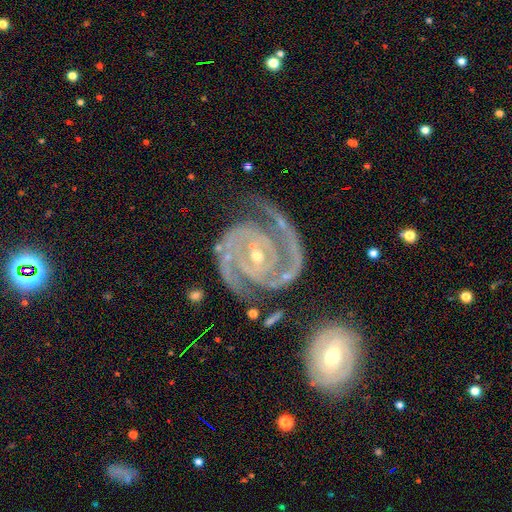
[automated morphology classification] Q: Smooth or featured?
A: featured or disk (94%); runner-up: star or artifact (4%)
Q: Edge-on disk?
A: no (98%); runner-up: yes (2%)
Q: Bar?
A: no (49%); runner-up: weak (29%)
Q: Spiral arms?
A: yes (99%); runner-up: no (1%)
Q: Spiral winding?
A: tight (70%); runner-up: medium (27%)
Q: Spiral arm count?
A: 2 (78%); runner-up: 3 (11%)
Q: Bulge size?
A: small (72%); runner-up: moderate (25%)
Q: Merging?
A: none (65%); runner-up: minor disturbance (18%)